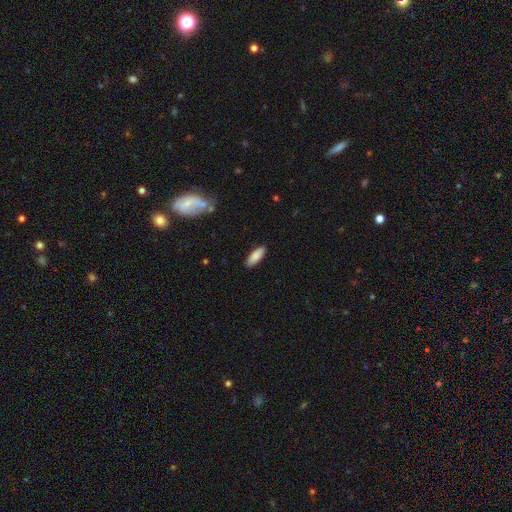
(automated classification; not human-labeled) Overall: smooth (87%). How rounded: in between (67%; cigar-shaped 32%). Merging: none (88%).